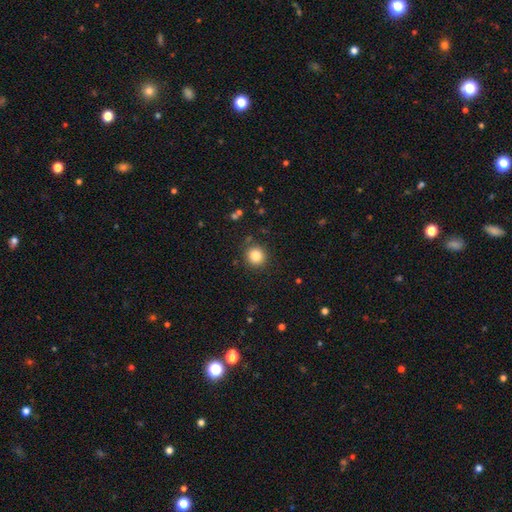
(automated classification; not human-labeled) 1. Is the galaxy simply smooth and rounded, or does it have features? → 83% smooth, 11% star or artifact, 5% featured or disk.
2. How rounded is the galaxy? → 92% round, 8% in between, 1% cigar-shaped.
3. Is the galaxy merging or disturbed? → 89% none, 7% minor disturbance, 2% major disturbance, 2% merger.